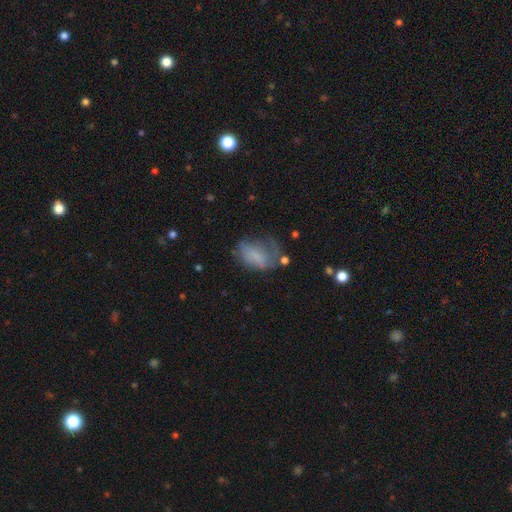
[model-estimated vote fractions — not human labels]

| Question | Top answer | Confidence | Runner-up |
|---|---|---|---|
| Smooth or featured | smooth | 62% | featured or disk (27%) |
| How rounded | in between | 84% | round (14%) |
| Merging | major disturbance | 38% | none (30%) |